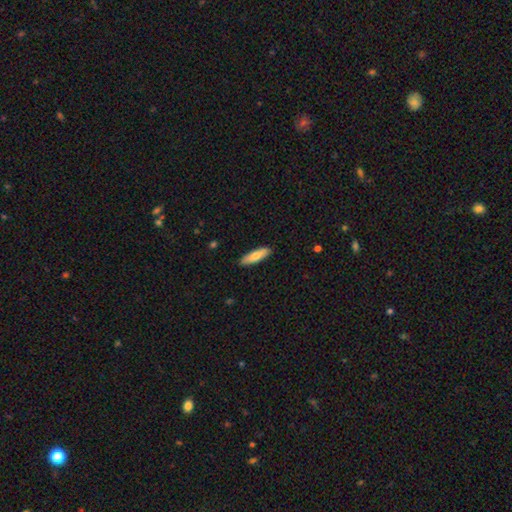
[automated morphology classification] smooth_or_featured: smooth (p=0.73) [alt: featured or disk p=0.21]
how_rounded: cigar-shaped (p=0.61) [alt: in between p=0.37]
merging: none (p=0.89) [alt: minor disturbance p=0.08]